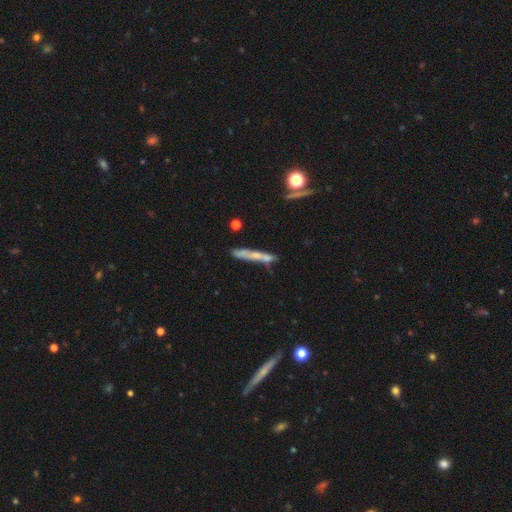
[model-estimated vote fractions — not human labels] Smooth or featured? Predicted: featured or disk (p=0.44, tied with smooth). Merging? Predicted: none (p=0.57).